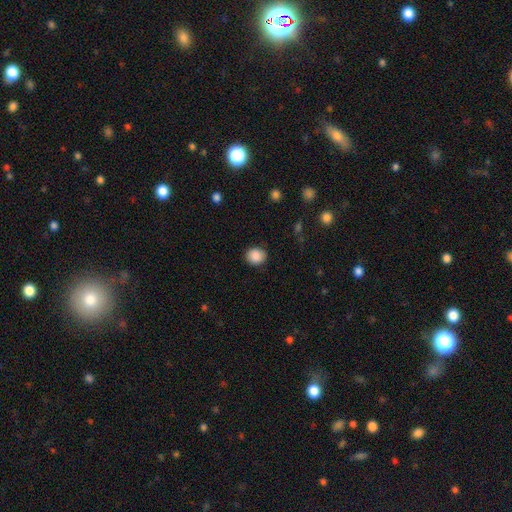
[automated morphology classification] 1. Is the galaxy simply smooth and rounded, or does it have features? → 89% smooth, 8% star or artifact, 3% featured or disk.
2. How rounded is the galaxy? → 73% round, 26% in between, 1% cigar-shaped.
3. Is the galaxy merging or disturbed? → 89% none, 8% minor disturbance, 2% major disturbance, 1% merger.